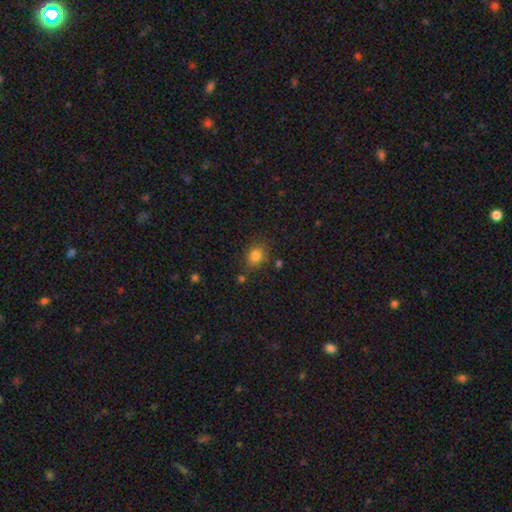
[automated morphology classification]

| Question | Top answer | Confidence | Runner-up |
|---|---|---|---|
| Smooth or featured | smooth | 81% | star or artifact (12%) |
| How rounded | in between | 53% | round (46%) |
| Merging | none | 76% | minor disturbance (15%) |